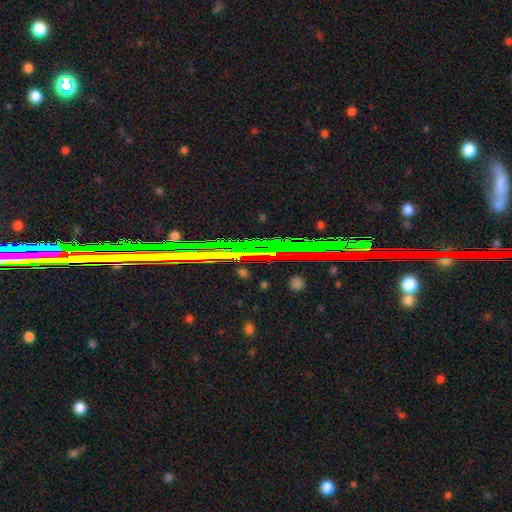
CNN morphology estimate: type=star or artifact (80%).